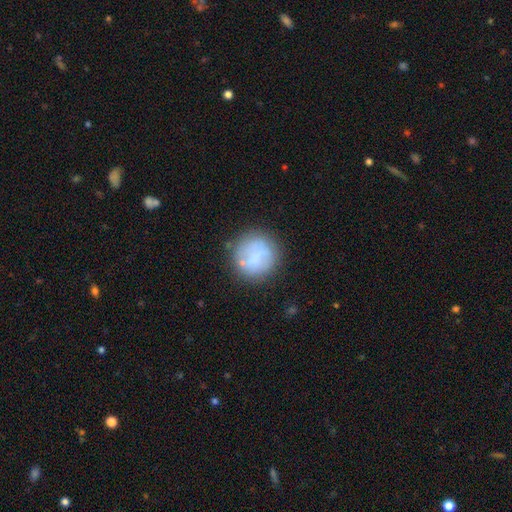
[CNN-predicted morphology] Smooth or featured? Predicted: smooth (p=0.64). How rounded? Predicted: round (p=0.89). Merging? Predicted: none (p=0.71).